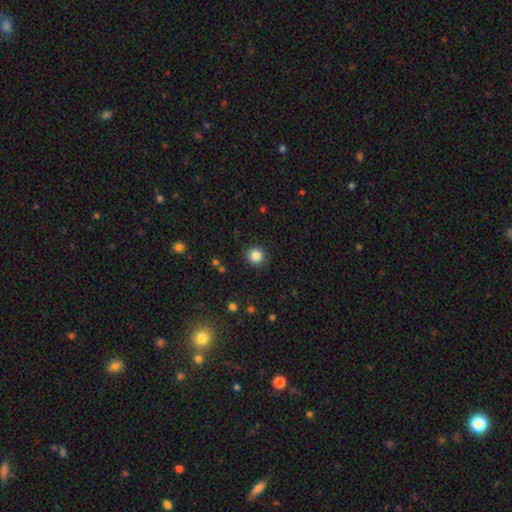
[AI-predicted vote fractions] smooth_or_featured: smooth (p=0.85) [alt: star or artifact p=0.11]
how_rounded: round (p=0.94) [alt: in between p=0.05]
merging: none (p=0.91) [alt: minor disturbance p=0.06]